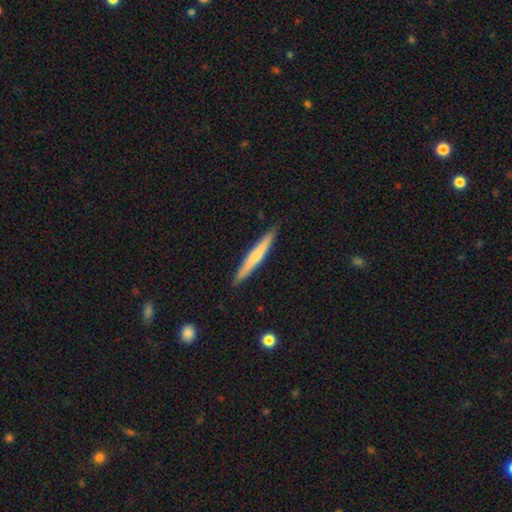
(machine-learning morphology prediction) Smooth or featured?
  - featured or disk: 51% *
  - smooth: 43%
  - star or artifact: 6%
Edge-on disk?
  - yes: 96% *
  - no: 4%
Merging?
  - none: 91% *
  - minor disturbance: 7%
  - major disturbance: 1%
  - merger: 1%